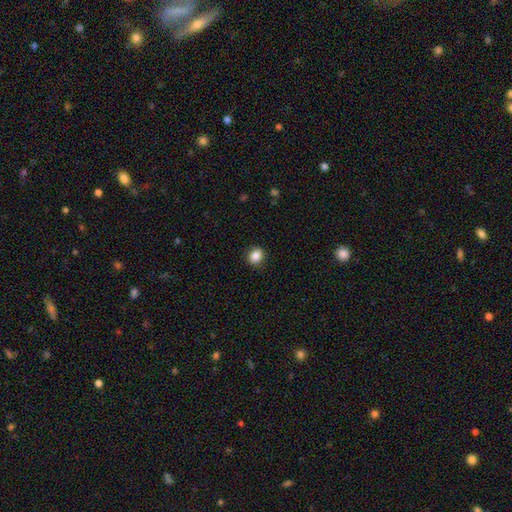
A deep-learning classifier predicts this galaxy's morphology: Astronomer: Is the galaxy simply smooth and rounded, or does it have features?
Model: smooth — 86%.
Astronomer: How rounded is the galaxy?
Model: round — 70%.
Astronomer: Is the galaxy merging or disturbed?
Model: none — 88%.